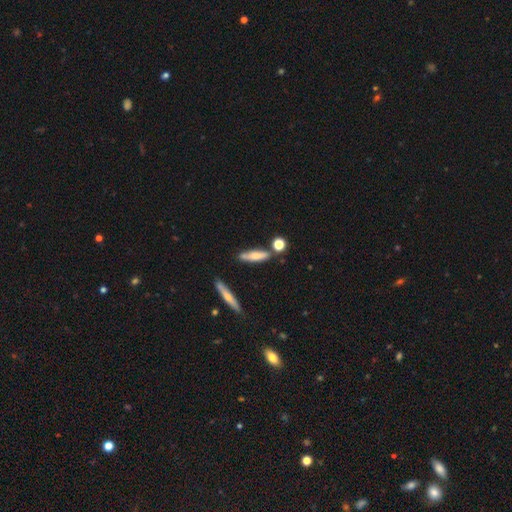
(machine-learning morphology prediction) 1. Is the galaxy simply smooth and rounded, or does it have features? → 60% smooth, 32% featured or disk, 8% star or artifact.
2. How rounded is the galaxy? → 69% cigar-shaped, 28% in between, 4% round.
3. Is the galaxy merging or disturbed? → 67% none, 15% minor disturbance, 14% merger, 4% major disturbance.